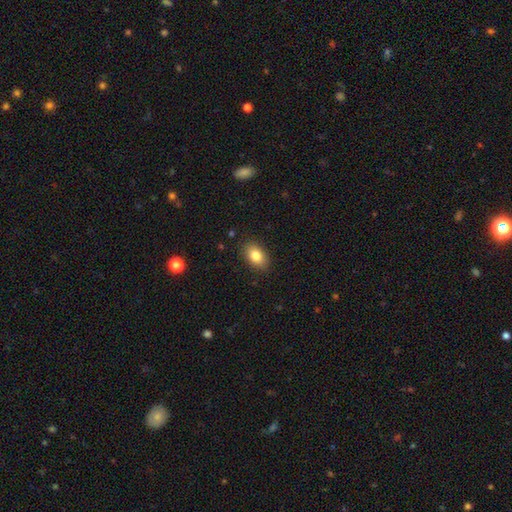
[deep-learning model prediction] Morphology: type=smooth (84%); roundness=in between (87%); merging=none (86%).